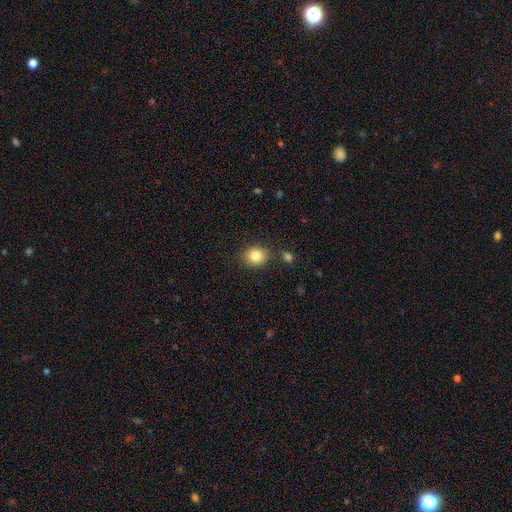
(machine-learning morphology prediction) smooth-or-featured: smooth: 84% | star or artifact: 10% | featured or disk: 7%
  how-rounded: round: 71% | in between: 28% | cigar-shaped: 1%
  merging: none: 81% | minor disturbance: 11% | merger: 5% | major disturbance: 3%